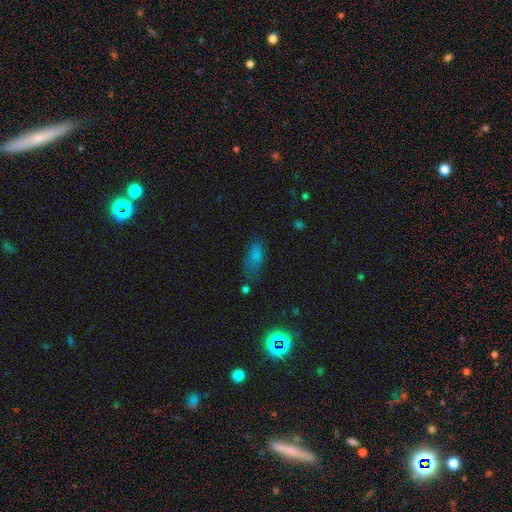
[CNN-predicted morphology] Smooth or featured?
  - smooth: 75% *
  - star or artifact: 15%
  - featured or disk: 11%
How rounded?
  - in between: 81% *
  - cigar-shaped: 14%
  - round: 4%
Merging?
  - none: 55% *
  - minor disturbance: 27%
  - major disturbance: 13%
  - merger: 5%